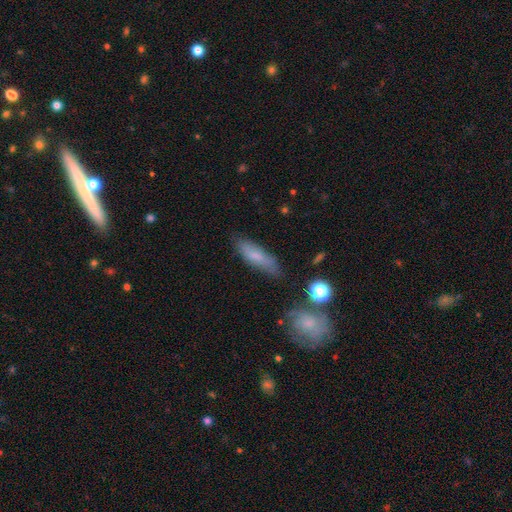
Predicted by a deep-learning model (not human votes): Q: Smooth or featured?
A: smooth (70%); runner-up: featured or disk (22%)
Q: How rounded?
A: cigar-shaped (54%); runner-up: in between (44%)
Q: Merging?
A: none (73%); runner-up: minor disturbance (19%)